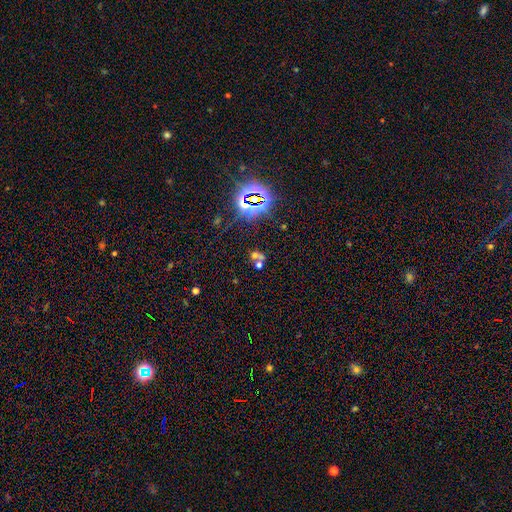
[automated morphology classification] smooth_or_featured: star or artifact (p=0.52) [alt: smooth p=0.33]